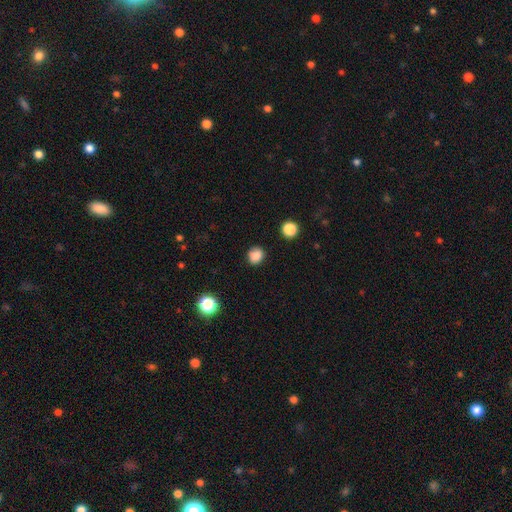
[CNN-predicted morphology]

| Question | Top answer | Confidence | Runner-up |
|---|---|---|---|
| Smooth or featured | smooth | 85% | star or artifact (11%) |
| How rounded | round | 73% | in between (26%) |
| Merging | none | 86% | minor disturbance (10%) |